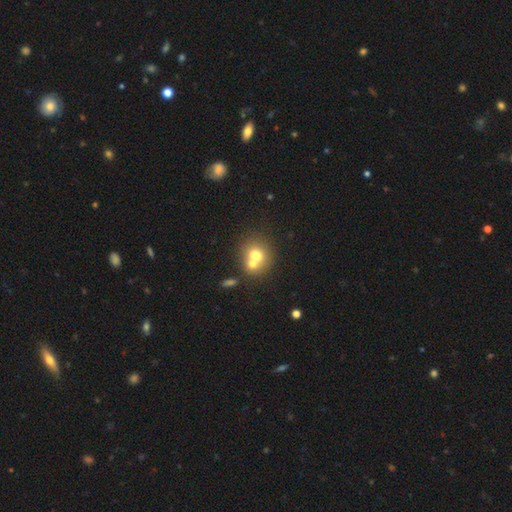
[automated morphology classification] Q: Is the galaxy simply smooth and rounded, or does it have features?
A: smooth — 68%.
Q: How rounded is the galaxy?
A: round — 79%.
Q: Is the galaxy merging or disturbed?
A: merger — 52%.